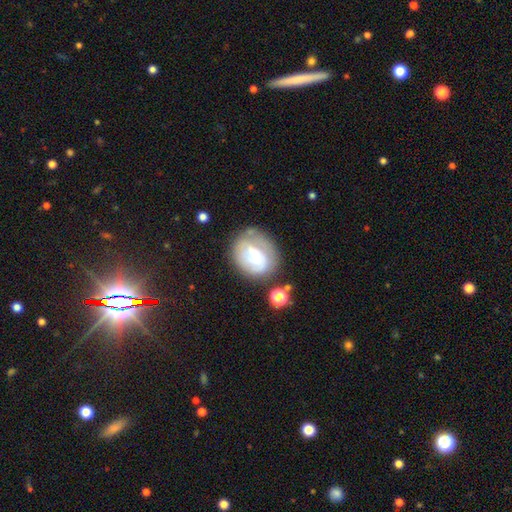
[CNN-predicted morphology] Smooth or featured? featured or disk (57%)
Edge-on disk? no (95%)
Bar? weak (42%)
Spiral arms? yes (59%)
Bulge size? small (50%)
Merging? none (59%)